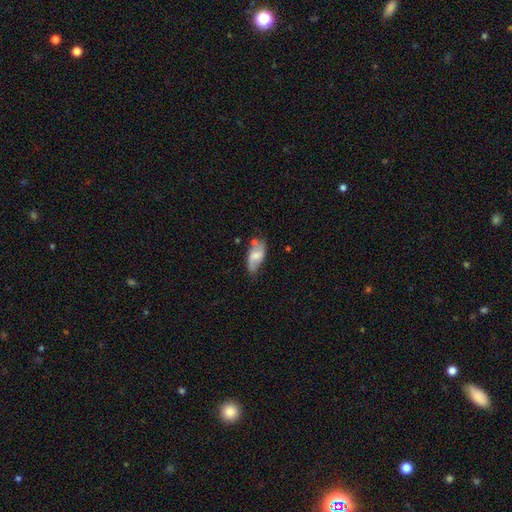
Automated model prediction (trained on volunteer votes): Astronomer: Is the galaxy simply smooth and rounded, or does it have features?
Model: smooth — 50% (runner-up: featured or disk, 43%).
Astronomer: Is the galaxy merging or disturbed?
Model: none — 53% (runner-up: minor disturbance, 30%).